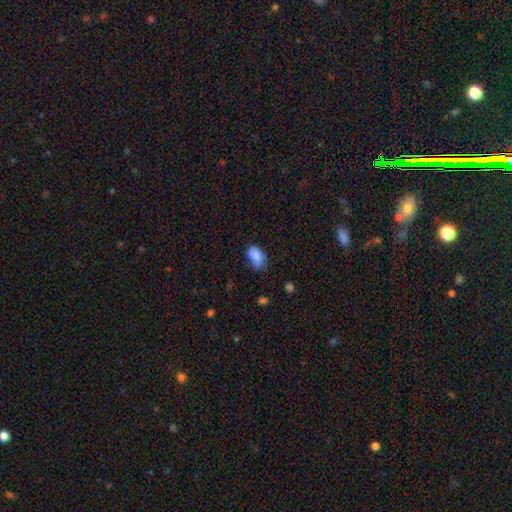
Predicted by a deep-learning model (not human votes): Morphology: type=smooth (83%); roundness=in between (88%); merging=none (51%).